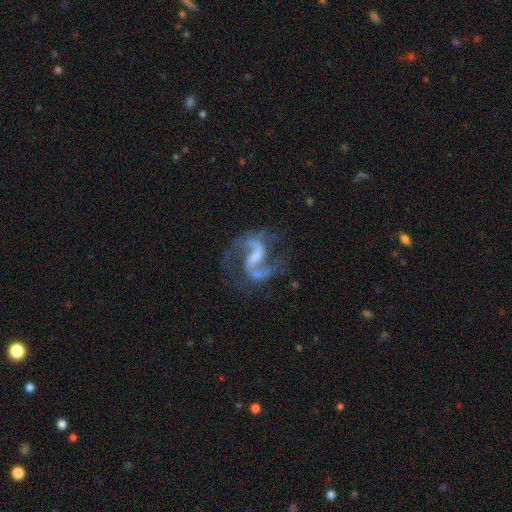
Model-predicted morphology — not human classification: Smooth or featured: featured or disk — 90% (star or artifact — 6%)
Edge-on disk: no — 98% (yes — 2%)
Bar: weak — 48% (strong — 35%)
Spiral arms: yes — 97% (no — 3%)
Spiral winding: medium — 50% (loose — 41%)
Spiral arm count: 2 — 92% (1 — 2%)
Bulge size: none — 38% (small — 35%)
Merging: none — 66% (minor disturbance — 15%)